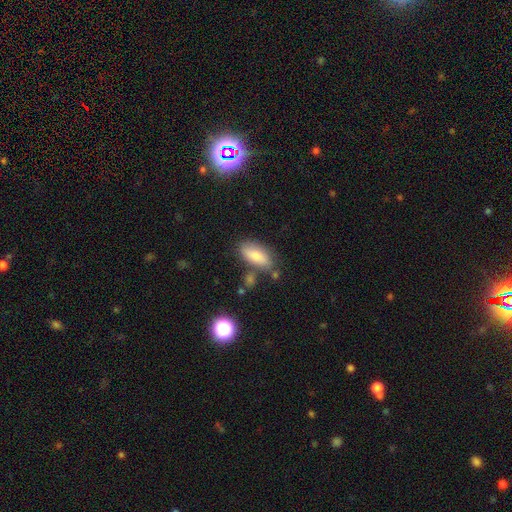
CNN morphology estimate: smooth_or_featured: smooth (p=0.76) [alt: featured or disk p=0.16]
how_rounded: in between (p=0.83) [alt: cigar-shaped p=0.14]
merging: none (p=0.71) [alt: minor disturbance p=0.18]